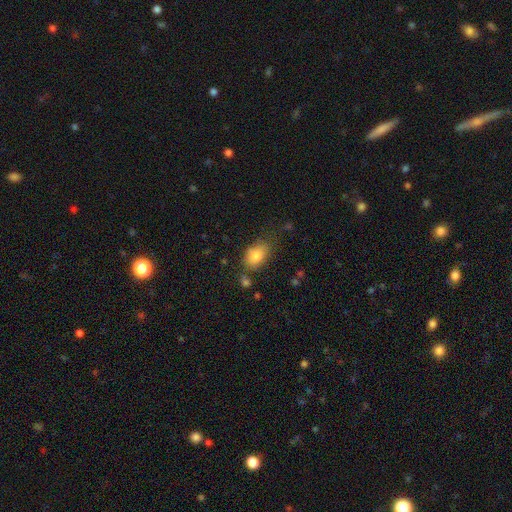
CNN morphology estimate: Smooth or featured?
  - smooth: 81% *
  - featured or disk: 11%
  - star or artifact: 9%
How rounded?
  - in between: 82% *
  - round: 16%
  - cigar-shaped: 2%
Merging?
  - none: 65% *
  - minor disturbance: 22%
  - merger: 6%
  - major disturbance: 6%